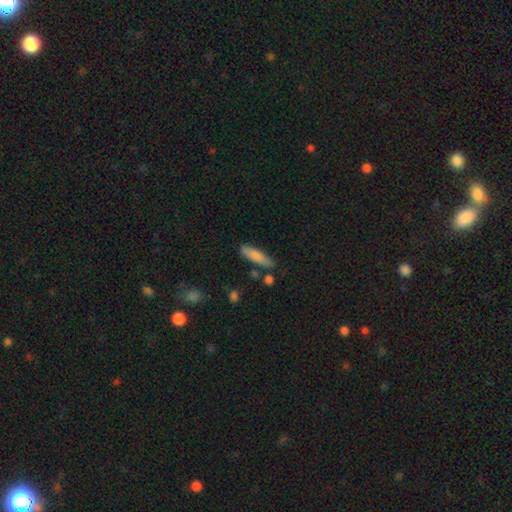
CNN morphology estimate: Smooth or featured? Predicted: smooth (p=0.81). How rounded? Predicted: cigar-shaped (p=0.74). Merging? Predicted: none (p=0.76).